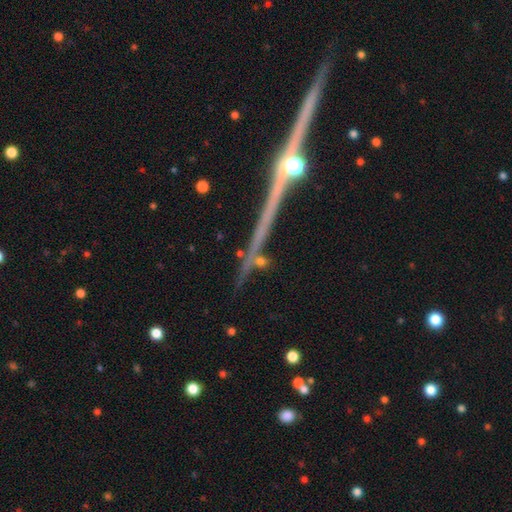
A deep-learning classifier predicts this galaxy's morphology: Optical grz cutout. It shows a featured or disk galaxy (39%). Merging: none (83%).